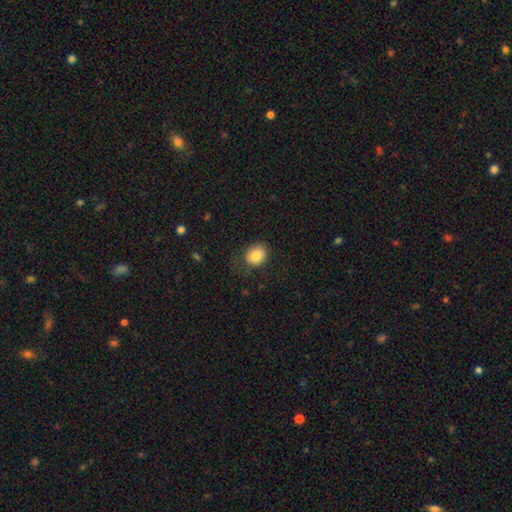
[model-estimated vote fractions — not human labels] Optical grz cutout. It shows a smooth galaxy with no disk features (84%) that is round (60%). Merging: none (72%).